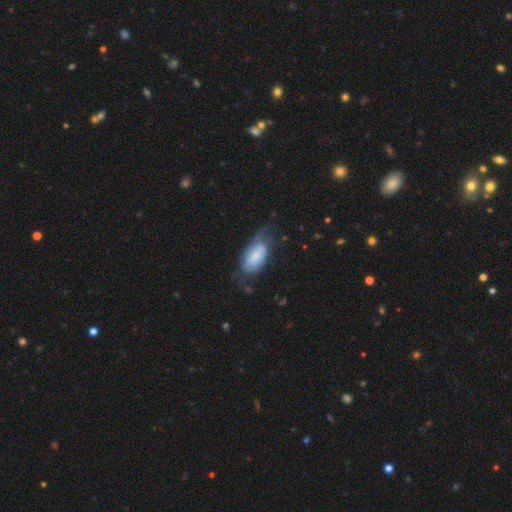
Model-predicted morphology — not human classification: Q: Smooth or featured?
A: smooth (57%); runner-up: featured or disk (37%)
Q: How rounded?
A: in between (93%); runner-up: cigar-shaped (4%)
Q: Merging?
A: none (39%); runner-up: minor disturbance (33%)